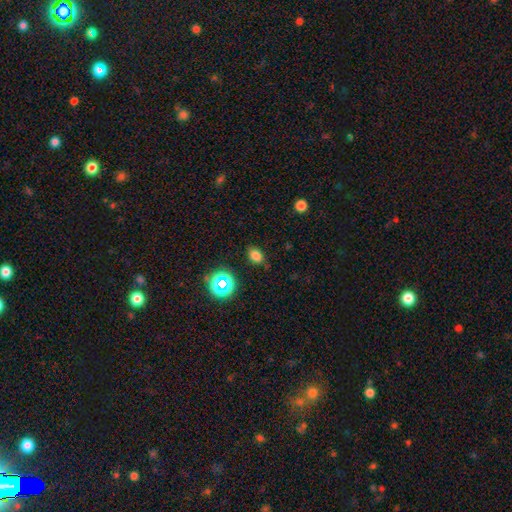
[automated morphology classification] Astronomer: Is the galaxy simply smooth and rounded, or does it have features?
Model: smooth — 76%.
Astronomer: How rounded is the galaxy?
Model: in between — 69%.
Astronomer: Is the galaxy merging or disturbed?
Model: none — 82%.